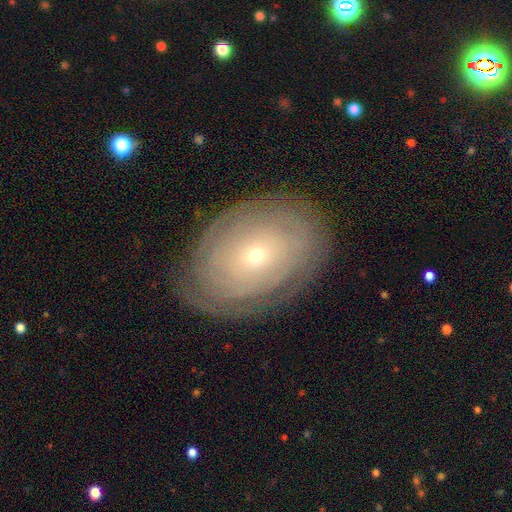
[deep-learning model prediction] The model was most divided on "spiral arms": yes: 70%, no: 30%. More confident: edge-on disk — no (94%); bar — no (87%); merging — none (81%); bulge size — small (77%); smooth or featured — featured or disk (67%).